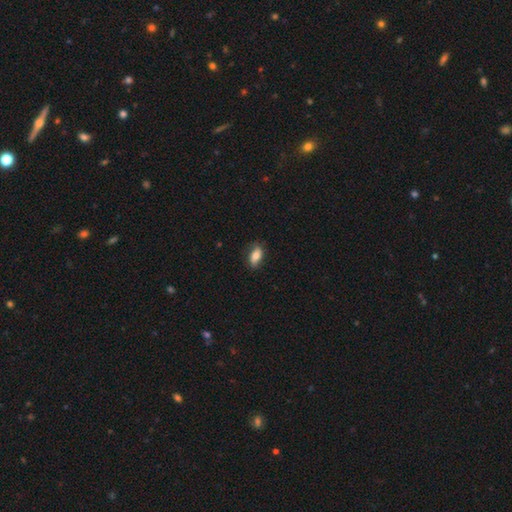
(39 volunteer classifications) Smooth or featured? 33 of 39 (85%) said smooth. How rounded? 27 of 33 (82%) said in between. Merging? 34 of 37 (92%) said none.